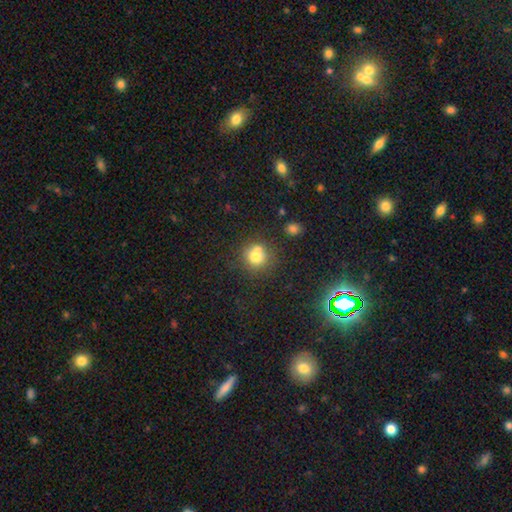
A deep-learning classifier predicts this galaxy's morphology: type=smooth (71%); roundness=round (83%); merging=none (52%).